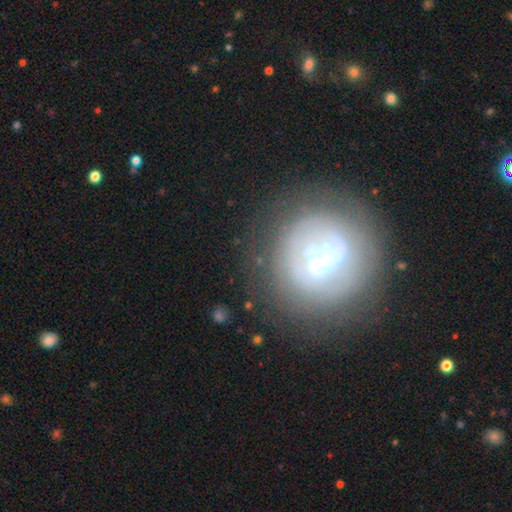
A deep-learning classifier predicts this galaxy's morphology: This is likely a featured or disk galaxy (69%). It is clearly not viewed edge-on (95%). Bar: marginally weak (43%). Spiral arm pattern: likely yes (65%). Central bulge: possibly moderate (54%). Merging: likely none (78%).